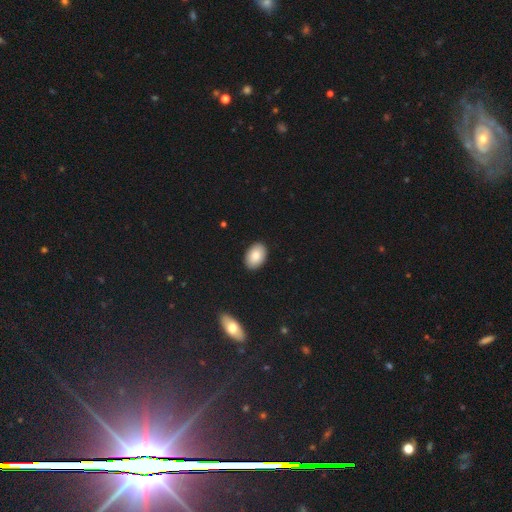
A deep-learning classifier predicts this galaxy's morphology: The model was most divided on "how rounded": in between: 86%, round: 13%, cigar-shaped: 1%. More confident: merging — none (90%); smooth or featured — smooth (87%).